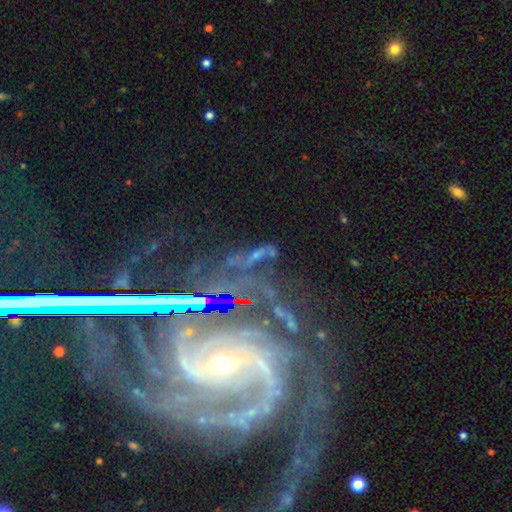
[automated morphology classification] The model was most divided on "smooth or featured": star or artifact: 41%, featured or disk: 40%, smooth: 19%.